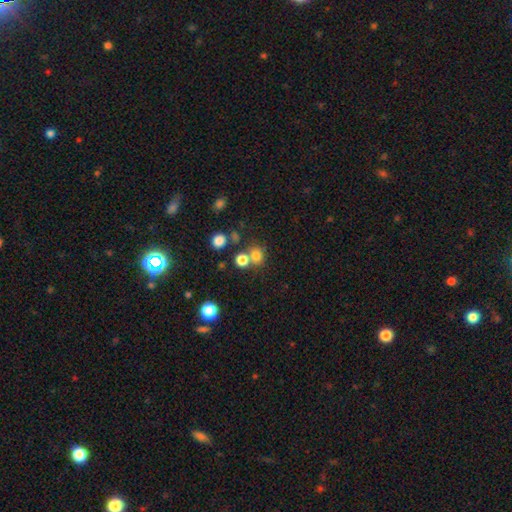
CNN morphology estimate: smooth 76%, star or artifact 16%, featured or disk 8%. Down the decision tree: how rounded — round (78%); merging — none (57%).